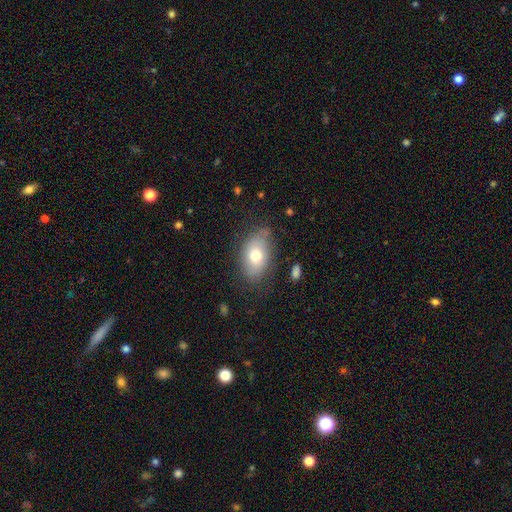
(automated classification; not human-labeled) Smooth or featured? Predicted: smooth (p=0.71). How rounded? Predicted: in between (p=0.86). Merging? Predicted: none (p=0.72).